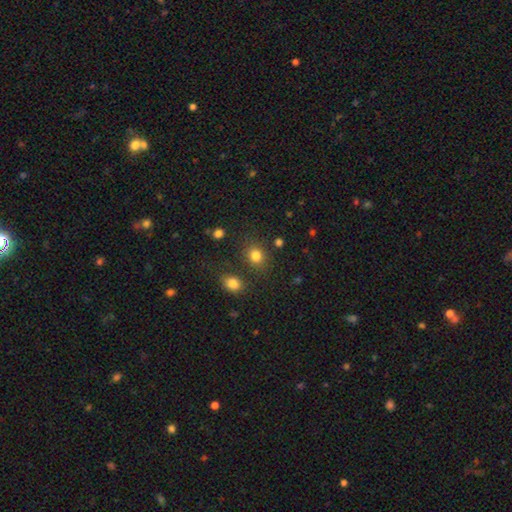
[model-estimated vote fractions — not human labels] A smooth galaxy with no disk features (81%) that is round (68%). Merging: none (78%).